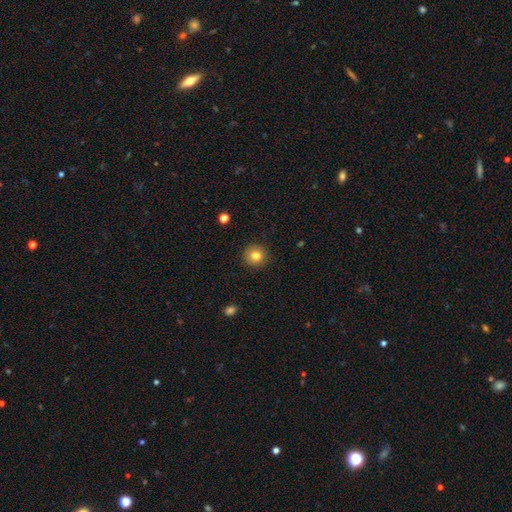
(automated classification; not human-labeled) Overall: smooth (82%). How rounded: round (92%). Merging: none (91%).